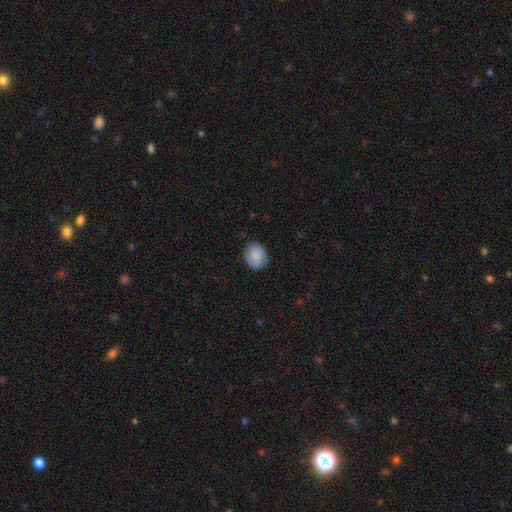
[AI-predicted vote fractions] Smooth or featured?
  - smooth: 83% *
  - featured or disk: 10%
  - star or artifact: 7%
How rounded?
  - round: 64% *
  - in between: 35%
  - cigar-shaped: 1%
Merging?
  - none: 82% *
  - minor disturbance: 14%
  - major disturbance: 3%
  - merger: 1%